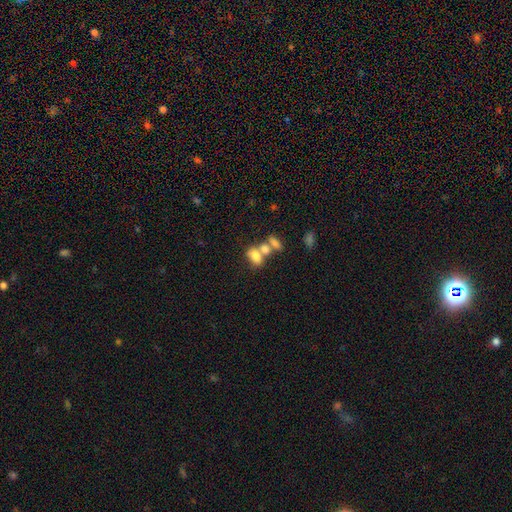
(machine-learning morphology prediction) smooth_or_featured: smooth (p=0.73) [alt: featured or disk p=0.16]
how_rounded: in between (p=0.84) [alt: round p=0.13]
merging: merger (p=0.56) [alt: none p=0.28]